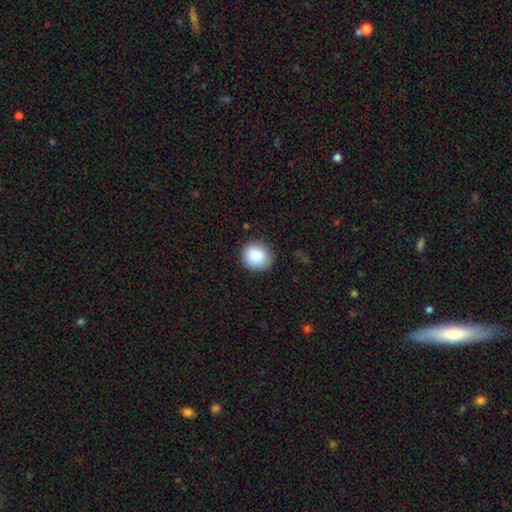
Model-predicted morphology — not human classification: Q: Smooth or featured?
A: smooth (87%); runner-up: star or artifact (8%)
Q: How rounded?
A: round (85%); runner-up: in between (14%)
Q: Merging?
A: none (86%); runner-up: minor disturbance (10%)